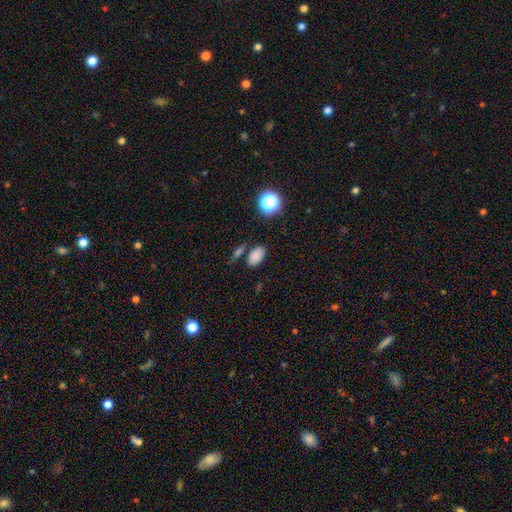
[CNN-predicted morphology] Smooth or featured: smooth — 83% (star or artifact — 12%)
How rounded: in between — 90% (round — 8%)
Merging: none — 78% (minor disturbance — 11%)